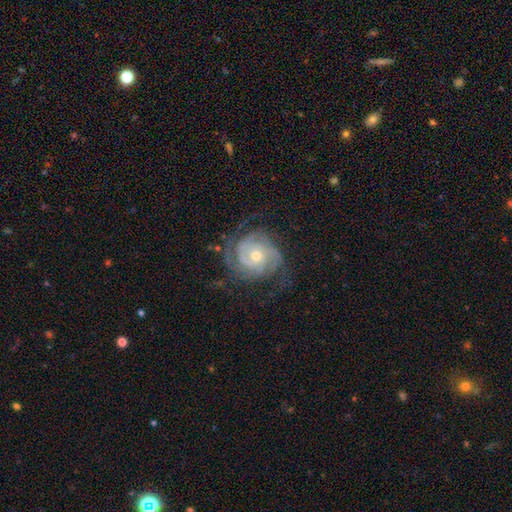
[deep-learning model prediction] Smooth or featured: featured or disk — 89% (smooth — 6%)
Edge-on disk: no — 98% (yes — 2%)
Bar: no — 73% (weak — 21%)
Spiral arms: yes — 97% (no — 3%)
Spiral winding: tight — 67% (medium — 27%)
Spiral arm count: 3 — 32% (2 — 28%)
Bulge size: small — 53% (moderate — 44%)
Merging: none — 71% (minor disturbance — 18%)